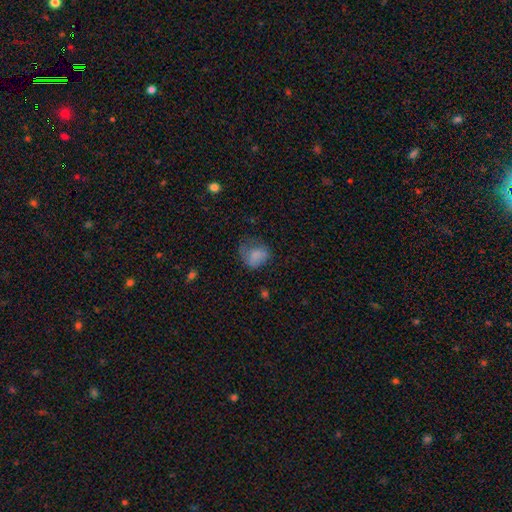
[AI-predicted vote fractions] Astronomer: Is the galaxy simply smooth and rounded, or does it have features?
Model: smooth — 73%.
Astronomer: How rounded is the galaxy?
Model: round — 51% (runner-up: in between, 48%).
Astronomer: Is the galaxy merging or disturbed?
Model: none — 35% (runner-up: major disturbance, 32%).